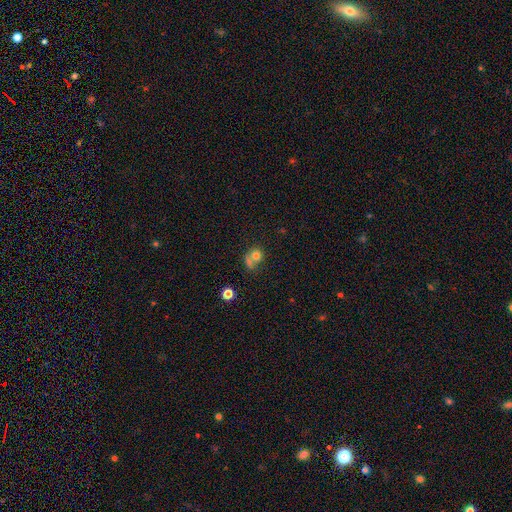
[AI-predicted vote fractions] The model was most divided on "merging": merger: 41%, none: 36%, minor disturbance: 13%, major disturbance: 10%. More confident: how rounded — round (74%); smooth or featured — smooth (73%).